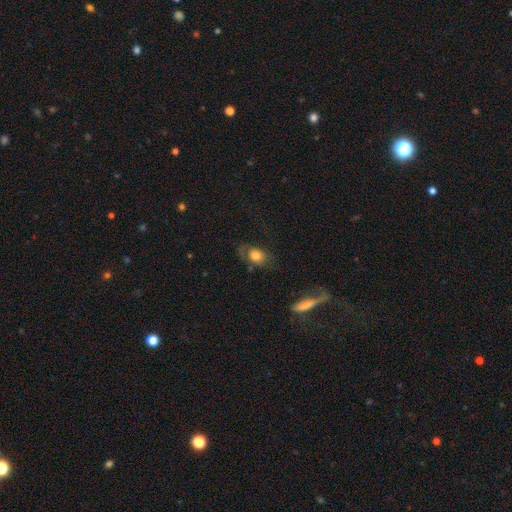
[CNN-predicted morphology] Smooth or featured: smooth — 68% (featured or disk — 23%)
How rounded: in between — 72% (round — 25%)
Merging: none — 55% (minor disturbance — 24%)